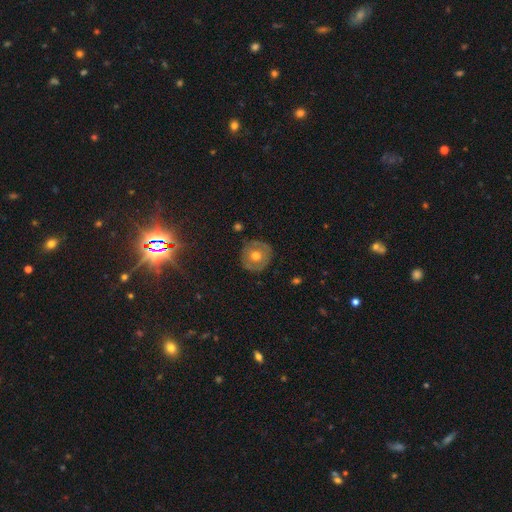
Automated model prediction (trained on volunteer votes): A smooth galaxy with no disk features (55%) that is round (92%).

Vote fractions:
- Smooth or featured? smooth: 55% / featured or disk: 36% / star or artifact: 9%
- How rounded? round: 92% / in between: 7% / cigar-shaped: 1%
- Merging? none: 85% / minor disturbance: 11% / major disturbance: 3% / merger: 1%